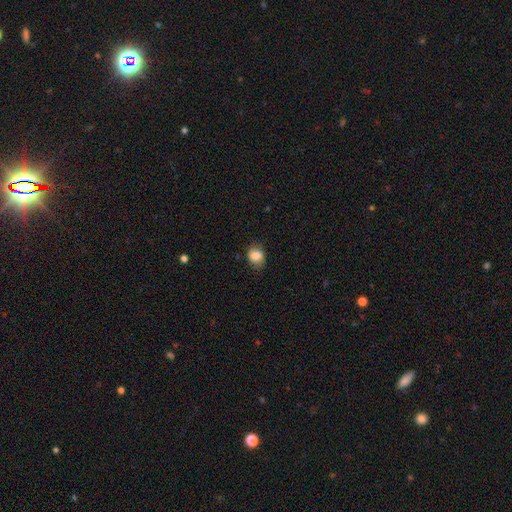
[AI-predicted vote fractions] The model was most divided on "how rounded": in between: 54%, round: 45%, cigar-shaped: 1%. More confident: smooth or featured — smooth (81%); merging — none (70%).